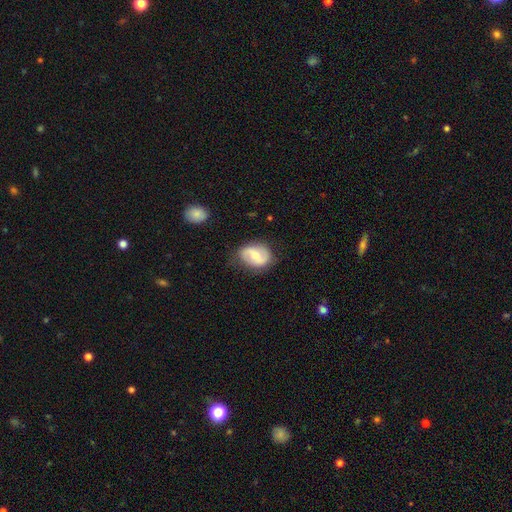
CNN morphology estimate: A featured or disk galaxy (61%) with a weak bar (47%), 2 (87%) loose (42%) spiral arms (87%) and a moderate central bulge (52%).

Vote fractions:
- Smooth or featured? featured or disk: 61% / smooth: 33% / star or artifact: 6%
- Edge-on disk? no: 97% / yes: 3%
- Bar? weak: 47% / no: 32% / strong: 22%
- Spiral arms? yes: 87% / no: 13%
- Spiral winding? loose: 42% / medium: 40% / tight: 18%
- Spiral arm count? 2: 87% / can't tell: 7% / 1: 3% / 3: 1% / 4: 1% / more than 4: 1%
- Bulge size? moderate: 52% / small: 38% / large: 4% / none: 4% / dominant: 1%
- Merging? none: 74% / minor disturbance: 20% / major disturbance: 5% / merger: 2%